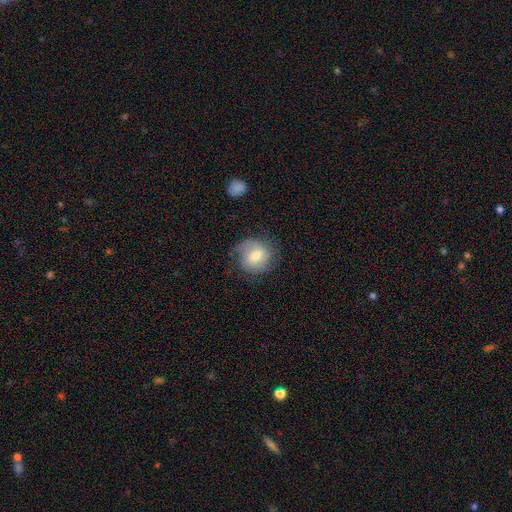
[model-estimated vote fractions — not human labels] smooth_or_featured: smooth (p=0.46) [tied with: featured or disk p=0.46]
merging: none (p=0.65) [alt: minor disturbance p=0.22]